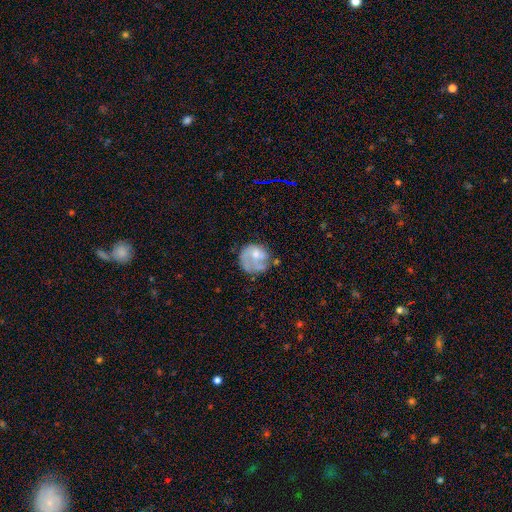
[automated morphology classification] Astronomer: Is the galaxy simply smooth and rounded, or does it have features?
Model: featured or disk — 49% (runner-up: smooth, 43%).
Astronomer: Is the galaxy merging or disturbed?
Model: none — 48% (runner-up: minor disturbance, 23%).